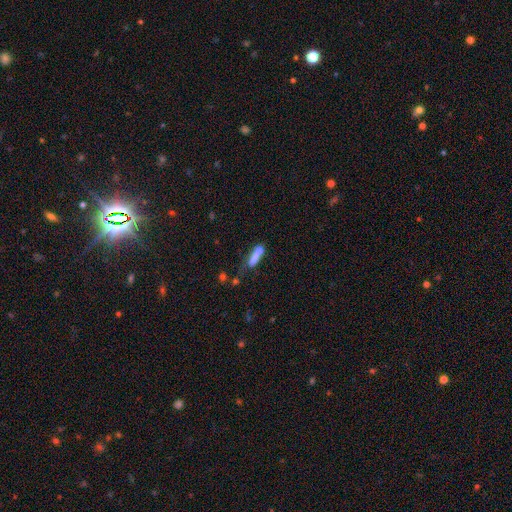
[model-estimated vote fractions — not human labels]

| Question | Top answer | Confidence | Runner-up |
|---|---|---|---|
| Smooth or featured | smooth | 74% | featured or disk (17%) |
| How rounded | cigar-shaped | 78% | in between (20%) |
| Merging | none | 44% | minor disturbance (23%) |